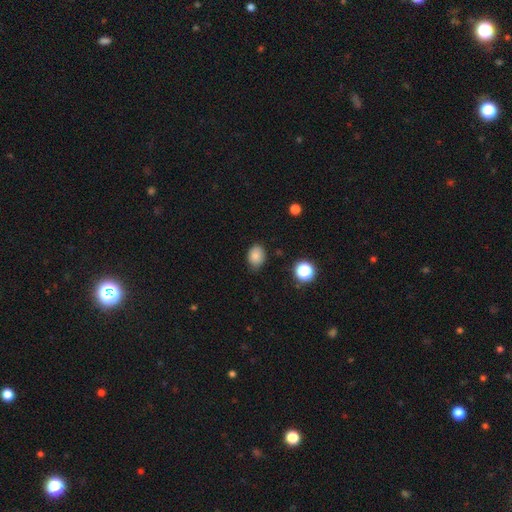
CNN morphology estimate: This is clearly a smooth galaxy (82%). How rounded: likely in between (63%). Merging: likely none (75%).